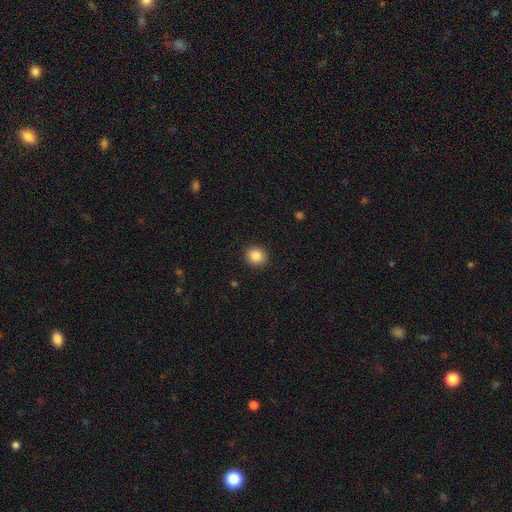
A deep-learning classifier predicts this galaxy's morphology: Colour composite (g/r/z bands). It shows a smooth galaxy with no disk features (86%) that is round (83%). Merging: none (91%).